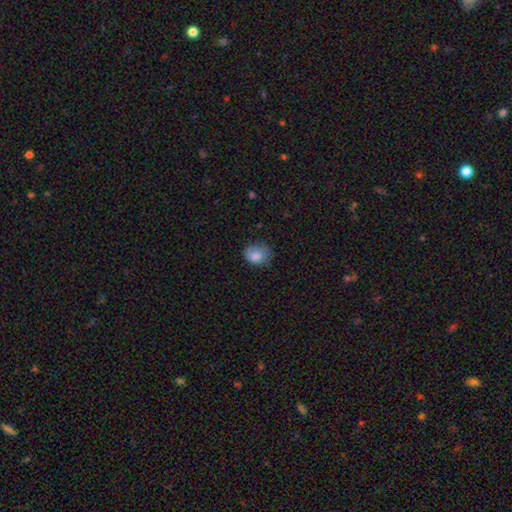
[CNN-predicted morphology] This appears to be a smooth galaxy with no disk features (81%) that is in between round and cigar-shaped (52%). Merging: none (58%).